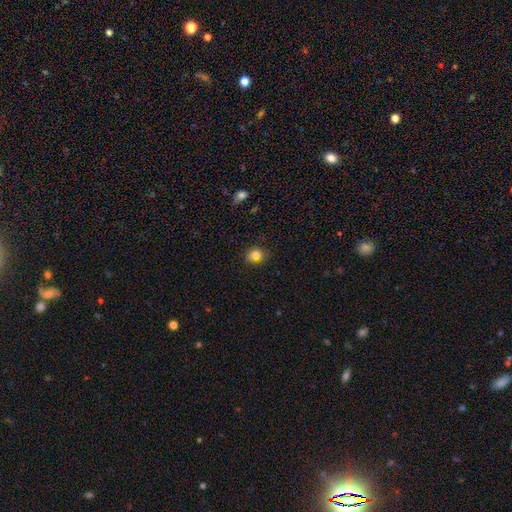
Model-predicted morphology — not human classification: A smooth galaxy with no disk features (79%) that is round (64%). Merging: none (76%).